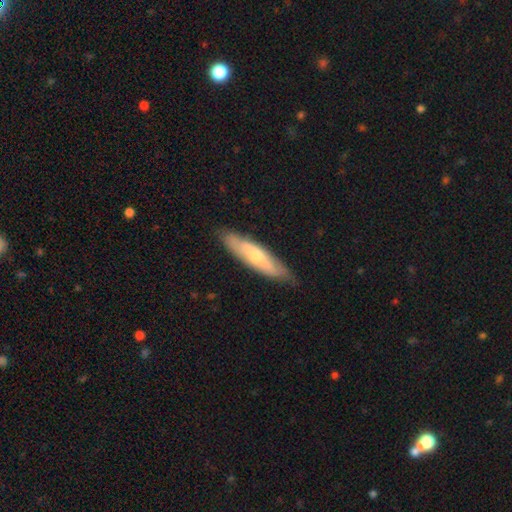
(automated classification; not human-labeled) Smooth or featured?
  - smooth: 50% *
  - featured or disk: 45%
  - star or artifact: 5%
How rounded?
  - cigar-shaped: 72% *
  - in between: 26%
  - round: 2%
Merging?
  - none: 83% *
  - minor disturbance: 14%
  - major disturbance: 2%
  - merger: 1%